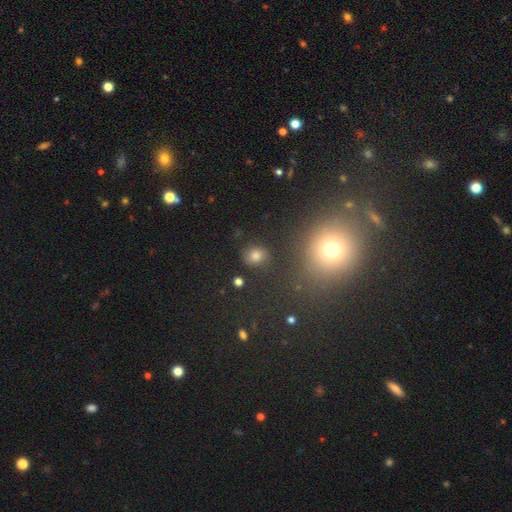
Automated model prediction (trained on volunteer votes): This appears to be a smooth galaxy with no disk features (74%) that is round (72%). Merging: none (82%).